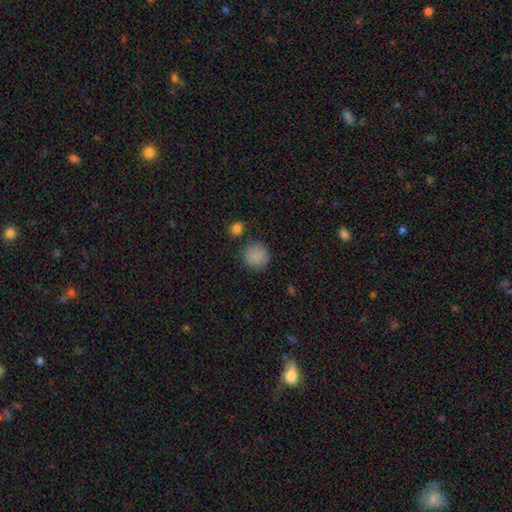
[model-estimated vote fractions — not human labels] A smooth galaxy with no disk features (86%) that is round (92%).

Vote fractions:
- Smooth or featured? smooth: 86% / star or artifact: 10% / featured or disk: 4%
- How rounded? round: 92% / in between: 7% / cigar-shaped: 1%
- Merging? none: 81% / minor disturbance: 11% / merger: 4% / major disturbance: 4%